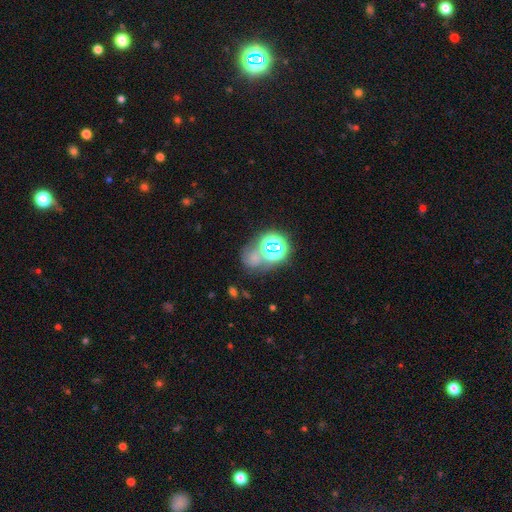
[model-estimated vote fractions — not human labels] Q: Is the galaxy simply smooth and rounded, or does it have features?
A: star or artifact — 50%.